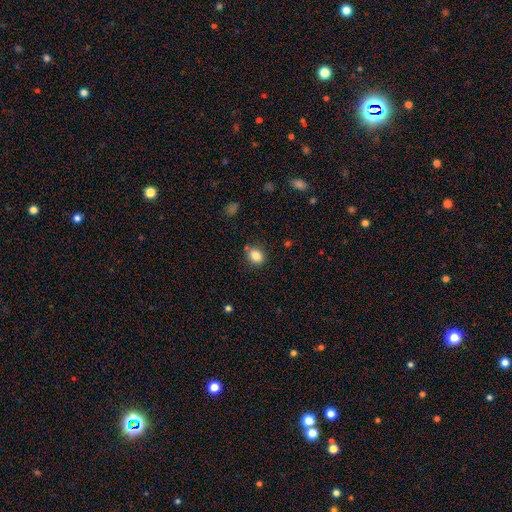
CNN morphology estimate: Overall: smooth (84%). How rounded: round (52%; in between 47%). Merging: none (80%).